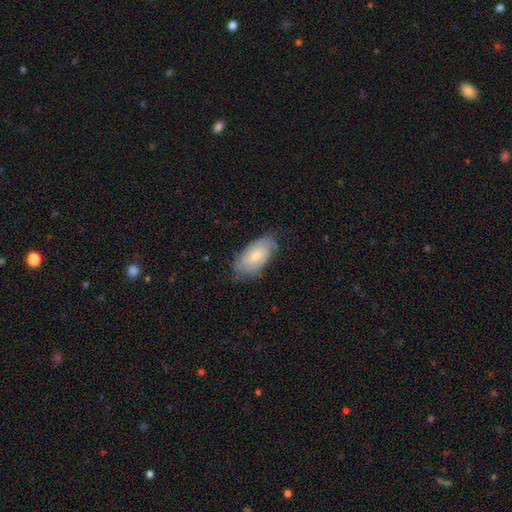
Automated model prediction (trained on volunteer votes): smooth 61%, featured or disk 33%, star or artifact 6%. Down the decision tree: how rounded — in between (92%); merging — none (69%).